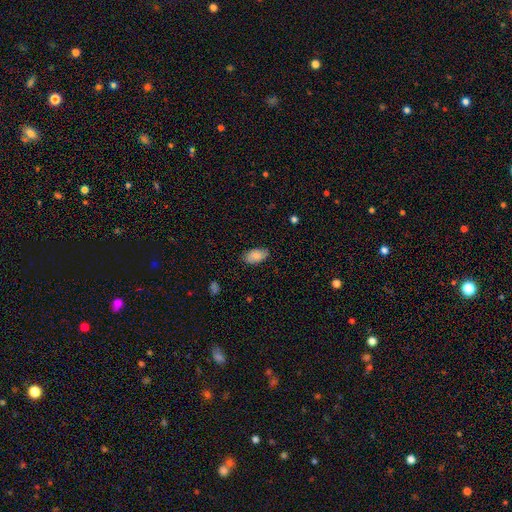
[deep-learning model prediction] Smooth or featured?
  - smooth: 84% *
  - featured or disk: 9%
  - star or artifact: 7%
How rounded?
  - in between: 94% *
  - round: 4%
  - cigar-shaped: 2%
Merging?
  - none: 81% *
  - minor disturbance: 15%
  - major disturbance: 3%
  - merger: 1%